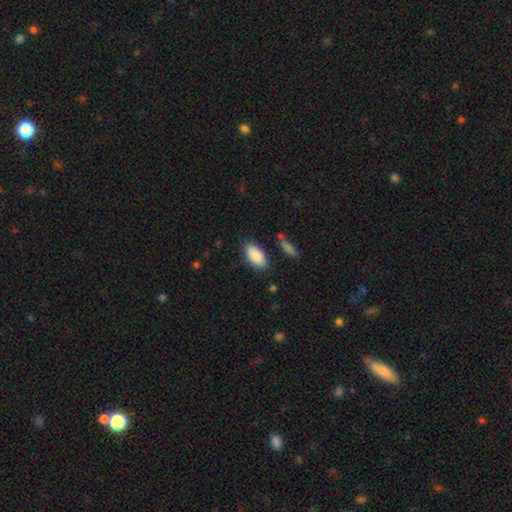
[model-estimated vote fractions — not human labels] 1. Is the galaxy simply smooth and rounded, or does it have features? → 88% smooth, 6% star or artifact, 6% featured or disk.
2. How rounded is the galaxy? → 92% in between, 6% cigar-shaped, 2% round.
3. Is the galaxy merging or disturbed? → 84% none, 10% minor disturbance, 3% merger, 3% major disturbance.